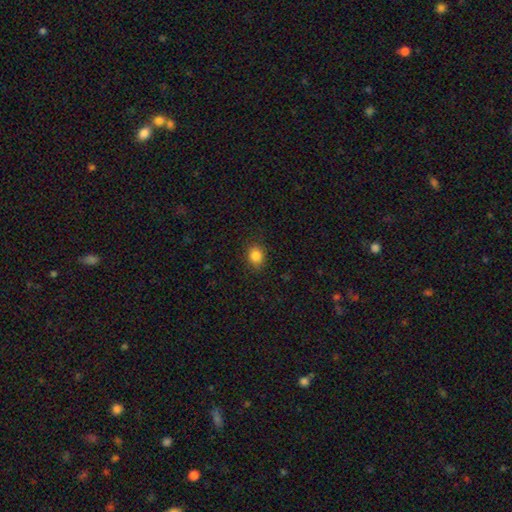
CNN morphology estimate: Q: Smooth or featured?
A: smooth (85%); runner-up: star or artifact (10%)
Q: How rounded?
A: round (61%); runner-up: in between (38%)
Q: Merging?
A: none (87%); runner-up: minor disturbance (9%)